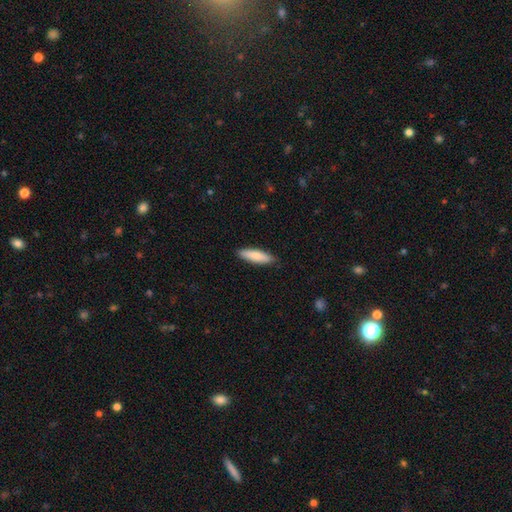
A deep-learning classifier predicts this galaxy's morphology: The model was most divided on "how rounded": cigar-shaped: 63%, in between: 35%, round: 1%. More confident: merging — none (88%); smooth or featured — smooth (83%).